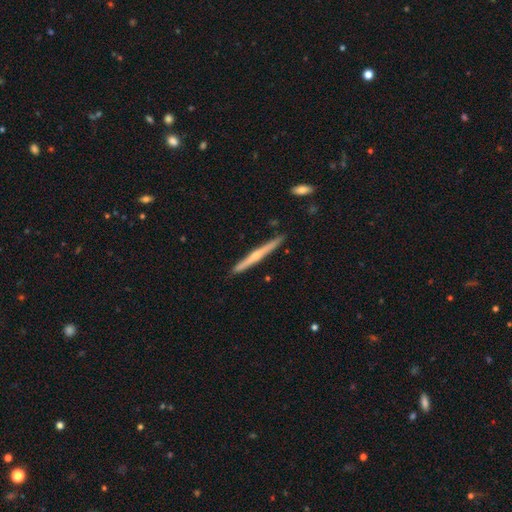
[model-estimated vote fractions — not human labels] The model was most divided on "smooth or featured": featured or disk: 63%, smooth: 31%, star or artifact: 6%. More confident: edge-on disk — yes (98%); merging — none (91%); edge-on bulge — rounded (67%).